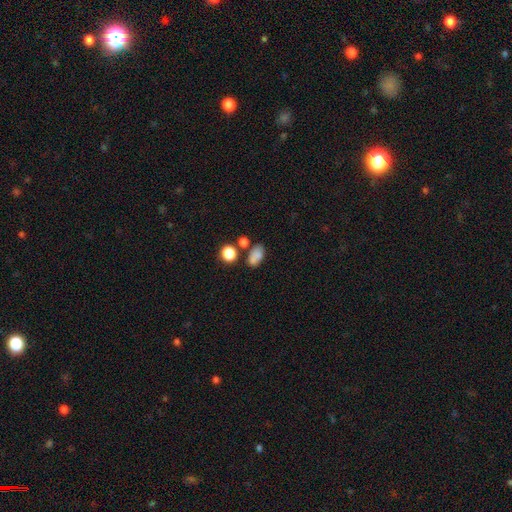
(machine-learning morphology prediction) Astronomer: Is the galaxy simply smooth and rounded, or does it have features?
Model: smooth — 79%.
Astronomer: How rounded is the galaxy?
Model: in between — 84%.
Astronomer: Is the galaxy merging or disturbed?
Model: none — 59%.